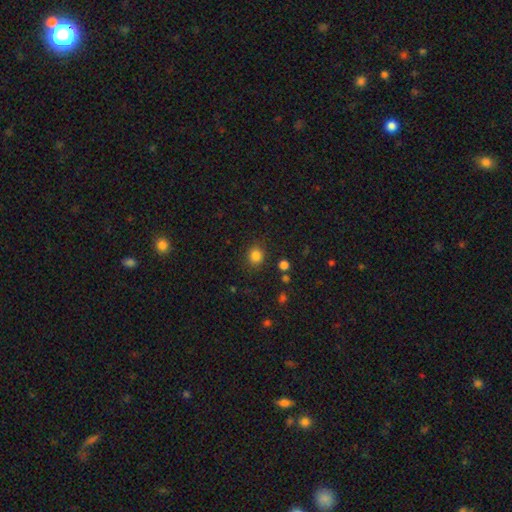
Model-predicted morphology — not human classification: The model was most divided on "how rounded": round: 83%, in between: 16%, cigar-shaped: 1%. More confident: merging — none (86%); smooth or featured — smooth (83%).